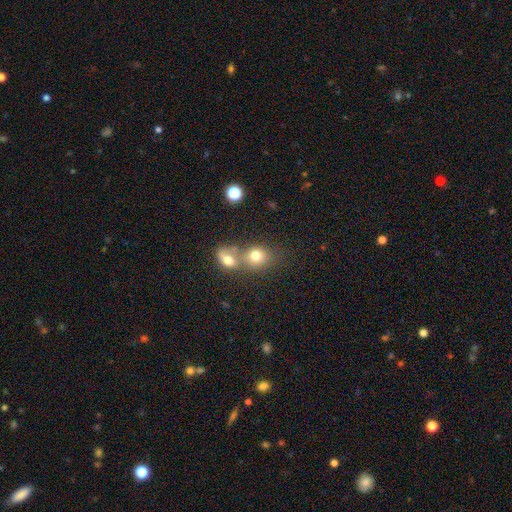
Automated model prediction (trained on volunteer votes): Smooth or featured: smooth — 75% (featured or disk — 13%)
How rounded: round — 65% (in between — 34%)
Merging: merger — 49% (none — 38%)